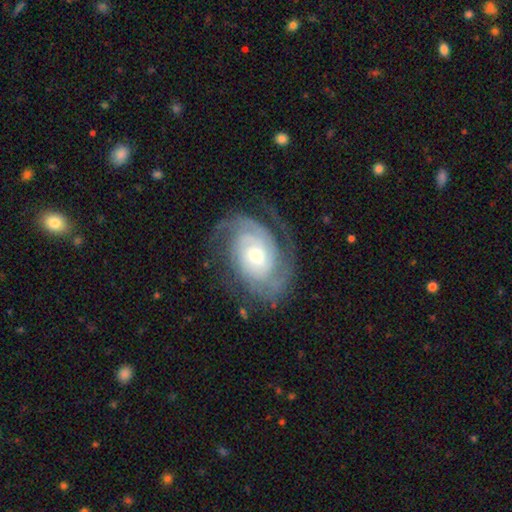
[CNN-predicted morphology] The model was most divided on "bulge size": moderate: 47%, small: 46%, large: 4%, none: 1%, dominant: 1%. Remaining: spiral arms — yes (97%); edge-on disk — no (97%); smooth or featured — featured or disk (89%); merging — none (74%); bar — no (69%); spiral winding — tight (66%); spiral arm count — 2 (50%).